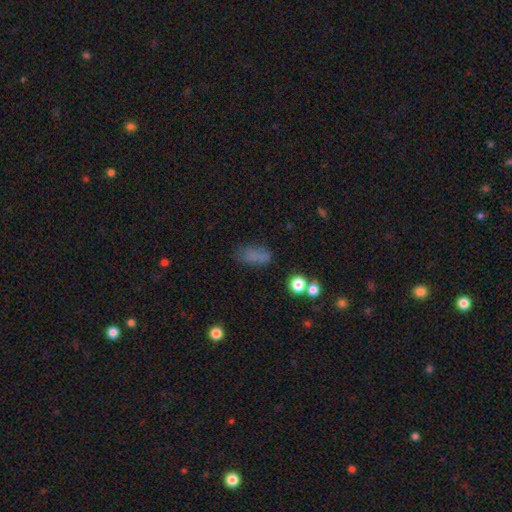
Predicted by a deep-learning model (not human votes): Q: Smooth or featured?
A: smooth (74%); runner-up: star or artifact (15%)
Q: How rounded?
A: in between (83%); runner-up: cigar-shaped (9%)
Q: Merging?
A: none (60%); runner-up: minor disturbance (23%)